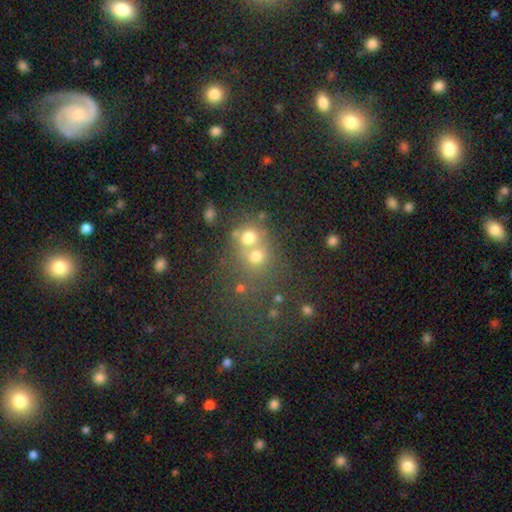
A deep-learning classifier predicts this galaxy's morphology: A smooth galaxy with no disk features (46%).

Vote fractions:
- Smooth or featured? smooth: 46% / star or artifact: 38% / featured or disk: 15%
- Merging? none: 54% / merger: 31% / minor disturbance: 9% / major disturbance: 6%